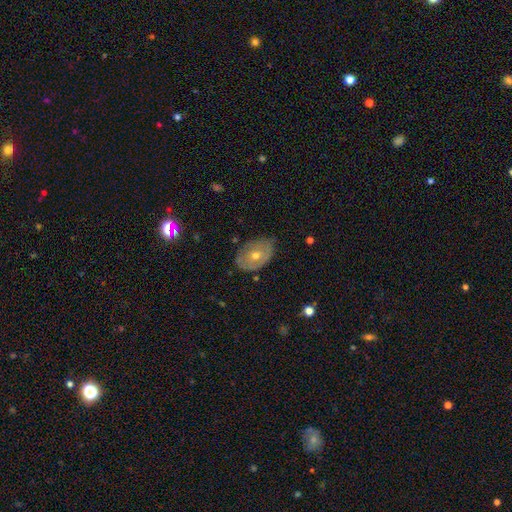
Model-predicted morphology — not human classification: A featured or disk galaxy (49%).

Vote fractions:
- Smooth or featured? featured or disk: 49% / smooth: 42% / star or artifact: 9%
- Merging? none: 73% / minor disturbance: 21% / major disturbance: 5% / merger: 1%